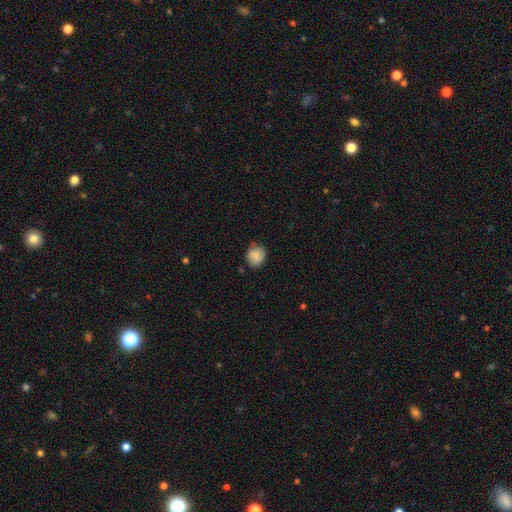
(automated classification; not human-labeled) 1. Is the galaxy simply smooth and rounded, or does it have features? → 86% smooth, 8% star or artifact, 5% featured or disk.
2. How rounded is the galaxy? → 81% round, 19% in between, 1% cigar-shaped.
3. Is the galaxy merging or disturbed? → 76% none, 19% minor disturbance, 4% major disturbance, 2% merger.